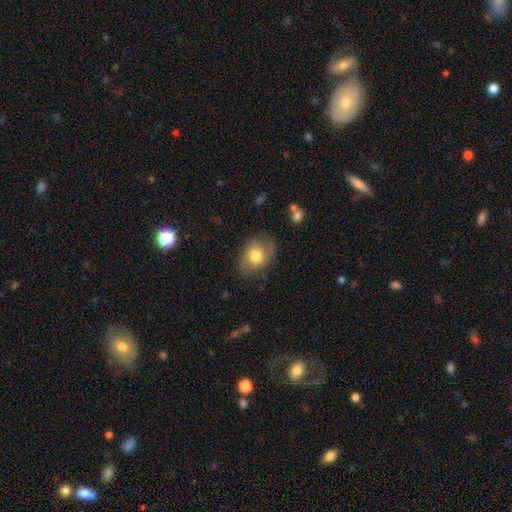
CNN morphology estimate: Overall: smooth (67%). How rounded: in between (59%; round 40%). Merging: none (67%).